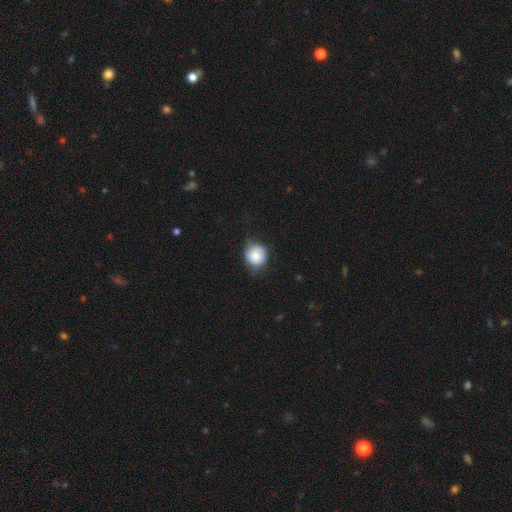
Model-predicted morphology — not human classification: This is likely a smooth galaxy (74%). How rounded: clearly round (87%). Merging: likely none (63%).